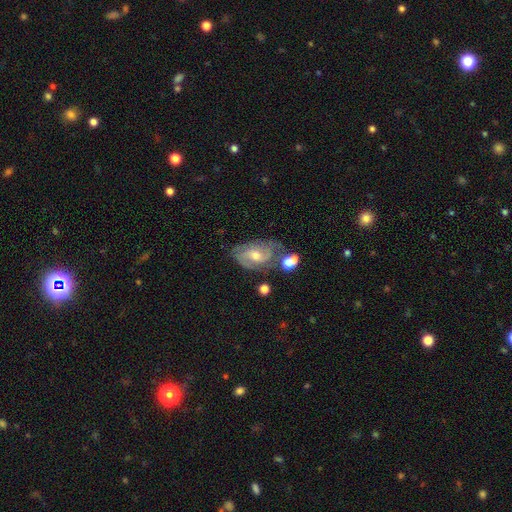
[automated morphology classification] Smooth or featured?
  - featured or disk: 76% *
  - smooth: 15%
  - star or artifact: 8%
Edge-on disk?
  - no: 96% *
  - yes: 4%
Bar?
  - no: 52% *
  - weak: 40%
  - strong: 9%
Spiral arms?
  - yes: 92% *
  - no: 8%
Spiral winding?
  - medium: 44% *
  - tight: 40%
  - loose: 15%
Spiral arm count?
  - 2: 44% *
  - can't tell: 24%
  - 3: 21%
  - 4: 4%
  - 1: 4%
  - more than 4: 3%
Bulge size?
  - moderate: 57% *
  - small: 37%
  - large: 3%
  - none: 2%
  - dominant: 1%
Merging?
  - none: 55% *
  - minor disturbance: 22%
  - merger: 12%
  - major disturbance: 11%